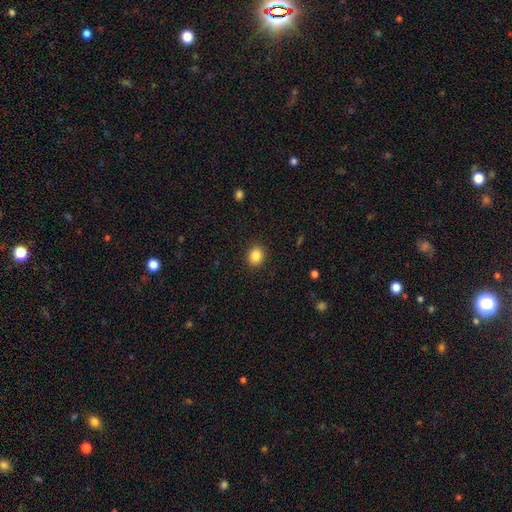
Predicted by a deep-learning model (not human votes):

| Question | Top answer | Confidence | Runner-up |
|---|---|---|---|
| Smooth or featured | smooth | 86% | star or artifact (9%) |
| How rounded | round | 62% | in between (37%) |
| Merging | none | 90% | minor disturbance (7%) |